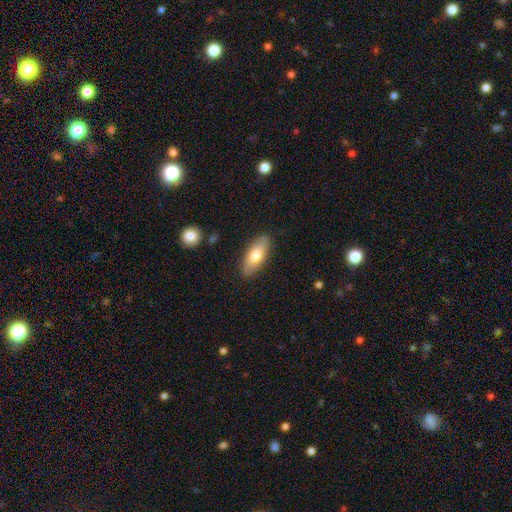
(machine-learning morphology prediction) Overall: smooth (73%). How rounded: in between (77%). Merging: none (85%).